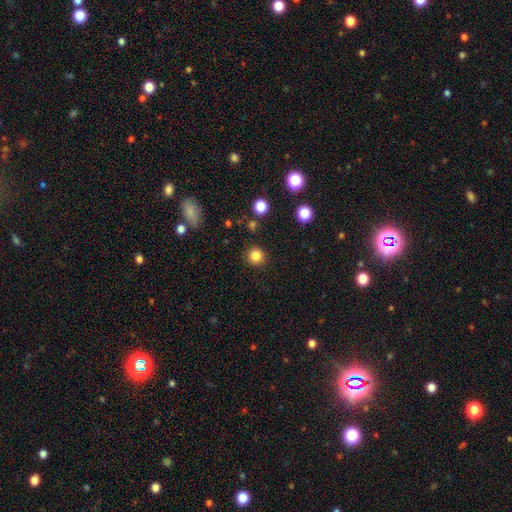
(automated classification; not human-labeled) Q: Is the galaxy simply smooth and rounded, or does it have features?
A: smooth — 84%.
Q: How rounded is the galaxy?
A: round — 93%.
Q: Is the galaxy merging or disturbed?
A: none — 90%.